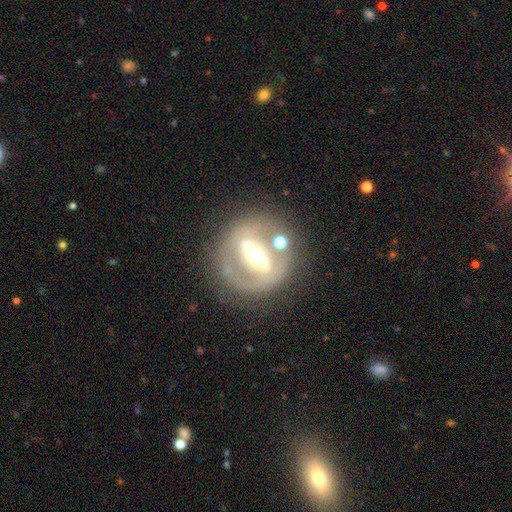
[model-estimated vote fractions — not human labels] Smooth or featured? Predicted: featured or disk (p=0.78). Edge-on disk? Predicted: no (p=0.91). Bar? Predicted: strong (p=0.67). Spiral arms? Predicted: no (p=0.53). Bulge size? Predicted: moderate (p=0.67). Merging? Predicted: none (p=0.69).